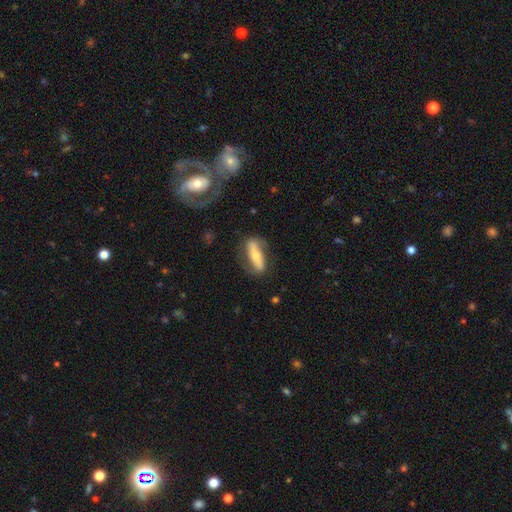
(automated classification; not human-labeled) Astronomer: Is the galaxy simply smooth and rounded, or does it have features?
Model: featured or disk — 50% (runner-up: smooth, 44%).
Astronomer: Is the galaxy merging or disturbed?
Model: none — 72%.